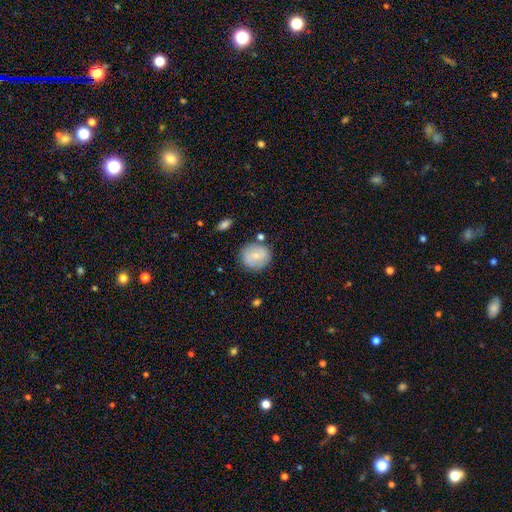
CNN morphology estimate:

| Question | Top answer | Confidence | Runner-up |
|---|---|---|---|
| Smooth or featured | smooth | 72% | featured or disk (20%) |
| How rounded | round | 84% | in between (15%) |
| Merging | none | 76% | minor disturbance (14%) |